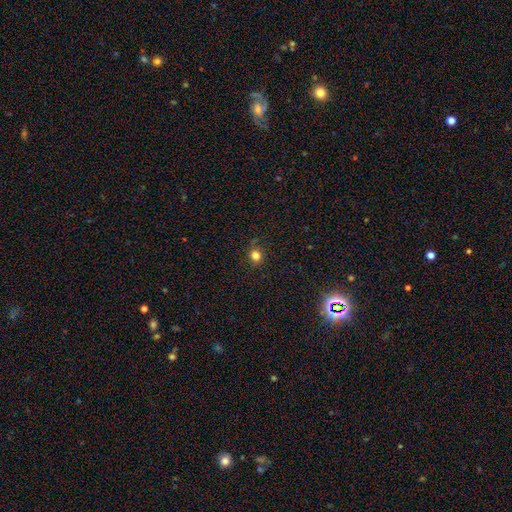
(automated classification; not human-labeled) This appears to be a smooth galaxy with no disk features (79%) that is round (86%). Merging: none (86%).